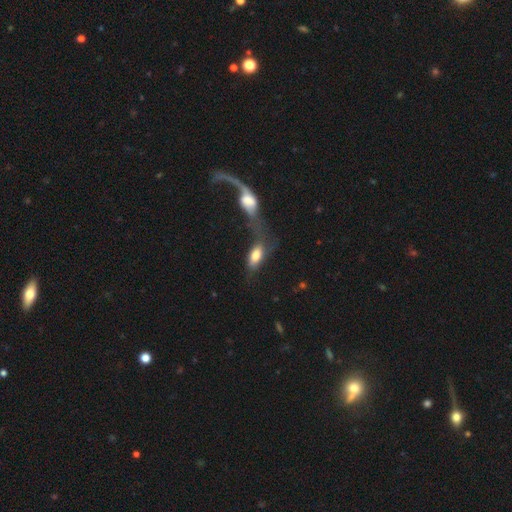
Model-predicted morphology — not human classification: type=smooth (70%); roundness=in between (88%); merging=merger (56%).